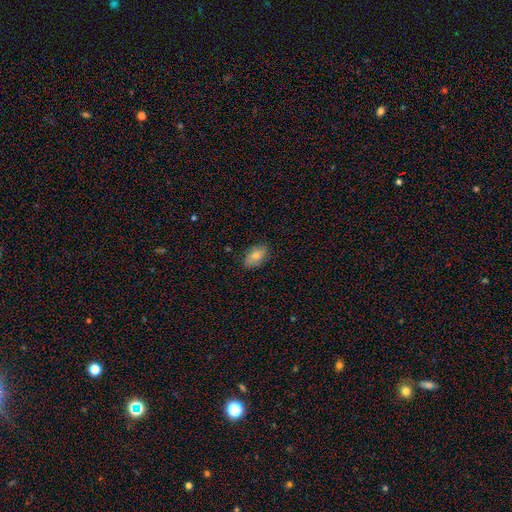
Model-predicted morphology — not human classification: Smooth or featured?
  - smooth: 76% *
  - featured or disk: 17%
  - star or artifact: 7%
How rounded?
  - in between: 91% *
  - round: 6%
  - cigar-shaped: 2%
Merging?
  - none: 83% *
  - minor disturbance: 13%
  - major disturbance: 3%
  - merger: 1%